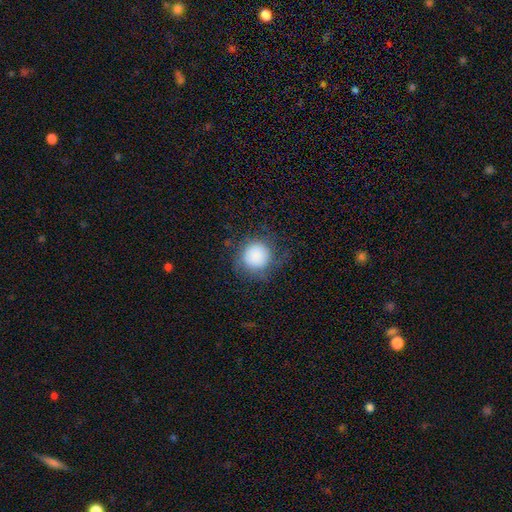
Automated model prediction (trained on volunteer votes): smooth-or-featured: smooth: 81% | featured or disk: 10% | star or artifact: 9%
  how-rounded: round: 90% | in between: 9% | cigar-shaped: 1%
  merging: none: 67% | minor disturbance: 18% | major disturbance: 14% | merger: 1%